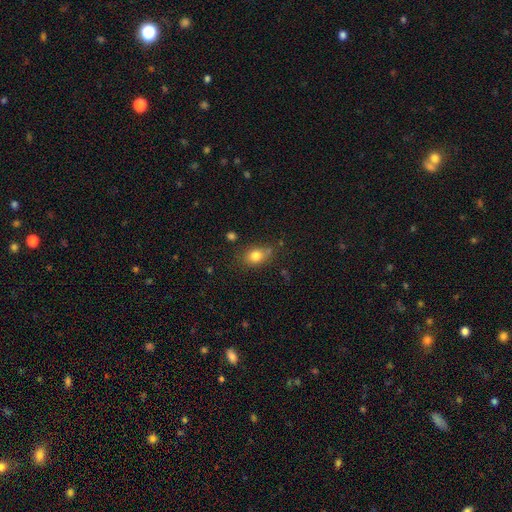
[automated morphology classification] smooth_or_featured: smooth (p=0.81) [alt: star or artifact p=0.10]
how_rounded: in between (p=0.65) [alt: round p=0.33]
merging: none (p=0.65) [alt: minor disturbance p=0.22]